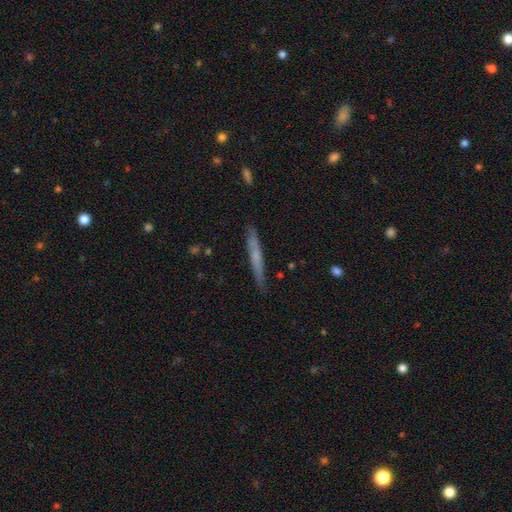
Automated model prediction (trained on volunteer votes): This appears to be a smooth galaxy with no disk features (51%) that is cigar-shaped (96%). Merging: none (85%).